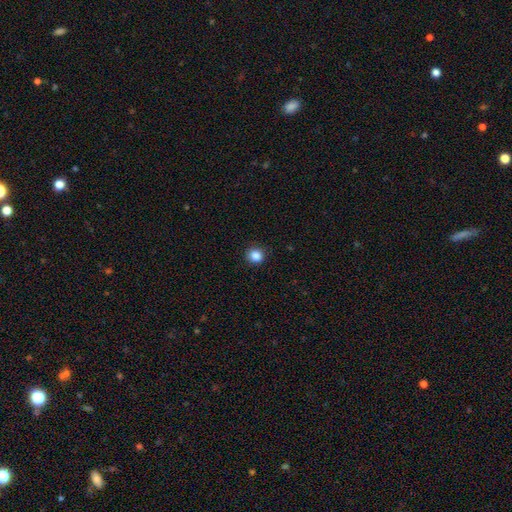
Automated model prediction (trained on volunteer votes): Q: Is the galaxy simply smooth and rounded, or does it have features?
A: smooth — 85%.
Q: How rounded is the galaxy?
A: round — 88%.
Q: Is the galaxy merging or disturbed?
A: none — 90%.